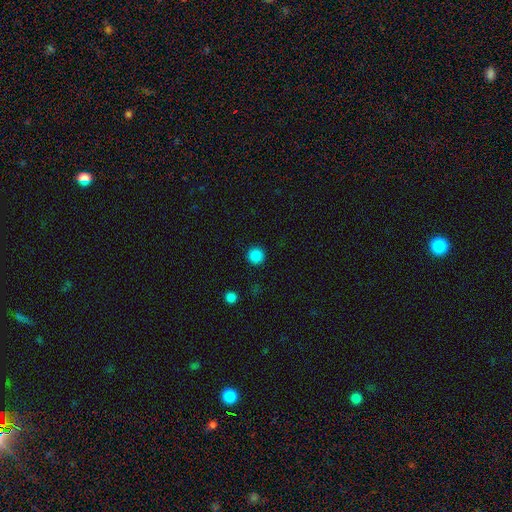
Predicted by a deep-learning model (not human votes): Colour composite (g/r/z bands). It shows a smooth galaxy with no disk features (86%) that is round (95%). Merging: none (92%).